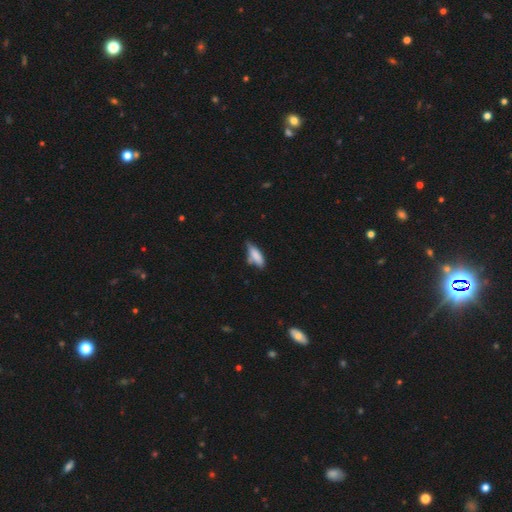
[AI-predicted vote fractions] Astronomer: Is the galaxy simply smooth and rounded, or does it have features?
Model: smooth — 79%.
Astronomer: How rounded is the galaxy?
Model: in between — 60% (runner-up: cigar-shaped, 38%).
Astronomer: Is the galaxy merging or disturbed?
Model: none — 54% (runner-up: minor disturbance, 33%).